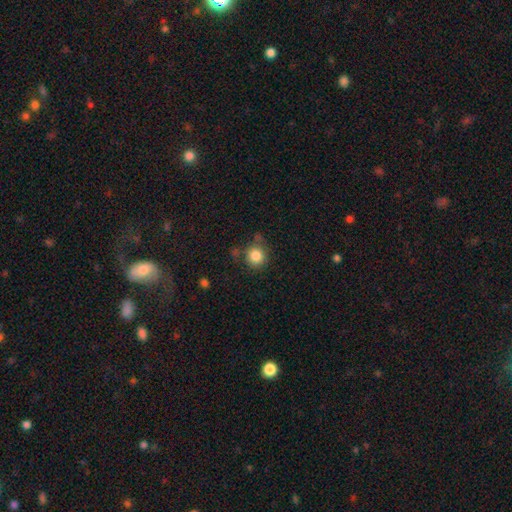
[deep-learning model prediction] The model was most divided on "merging": none: 71%, minor disturbance: 16%, merger: 8%, major disturbance: 5%. More confident: how rounded — round (90%); smooth or featured — smooth (84%).